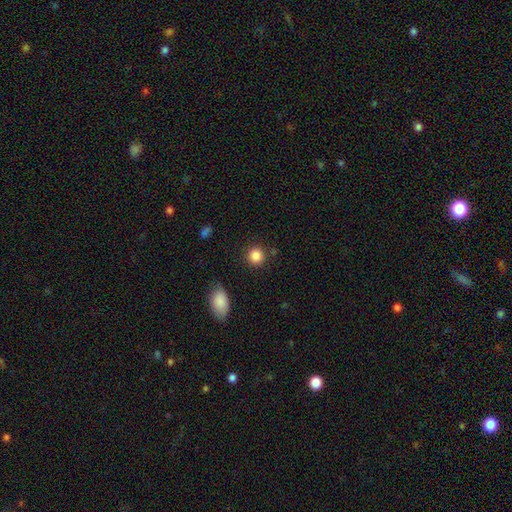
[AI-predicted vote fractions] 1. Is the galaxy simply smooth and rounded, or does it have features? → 86% smooth, 10% star or artifact, 4% featured or disk.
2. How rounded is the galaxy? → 90% round, 9% in between, 1% cigar-shaped.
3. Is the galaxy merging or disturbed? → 87% none, 7% minor disturbance, 3% major disturbance, 3% merger.